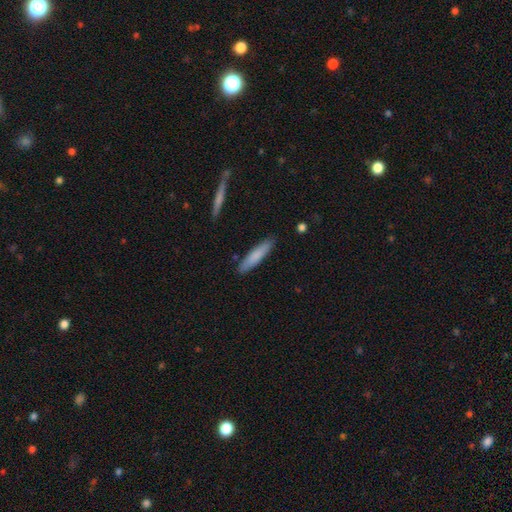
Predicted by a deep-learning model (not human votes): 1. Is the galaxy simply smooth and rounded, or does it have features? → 79% smooth, 16% featured or disk, 6% star or artifact.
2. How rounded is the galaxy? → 83% cigar-shaped, 15% in between, 1% round.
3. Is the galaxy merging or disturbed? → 87% none, 9% minor disturbance, 2% merger, 2% major disturbance.